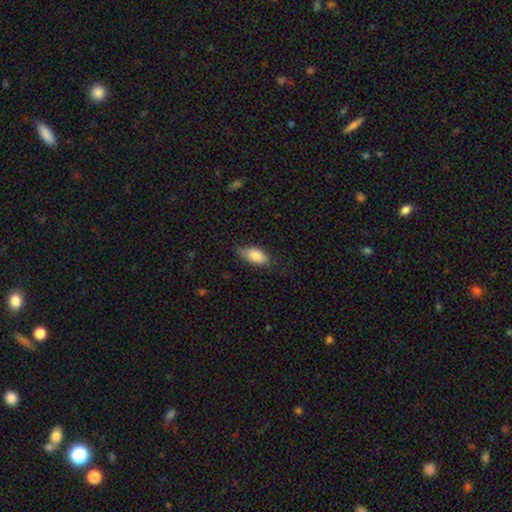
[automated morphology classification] smooth_or_featured: smooth (p=0.85) [alt: featured or disk p=0.09]
how_rounded: in between (p=0.90) [alt: cigar-shaped p=0.07]
merging: none (p=0.68) [alt: minor disturbance p=0.25]